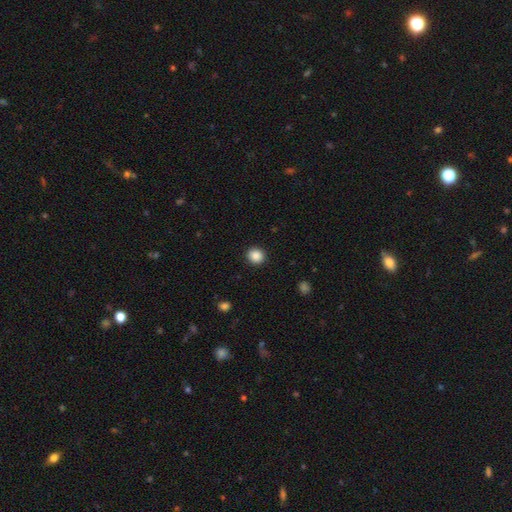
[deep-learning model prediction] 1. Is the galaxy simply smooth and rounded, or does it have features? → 88% smooth, 10% star or artifact, 3% featured or disk.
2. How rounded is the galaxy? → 86% round, 13% in between, 1% cigar-shaped.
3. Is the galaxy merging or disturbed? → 92% none, 5% minor disturbance, 2% major disturbance, 1% merger.